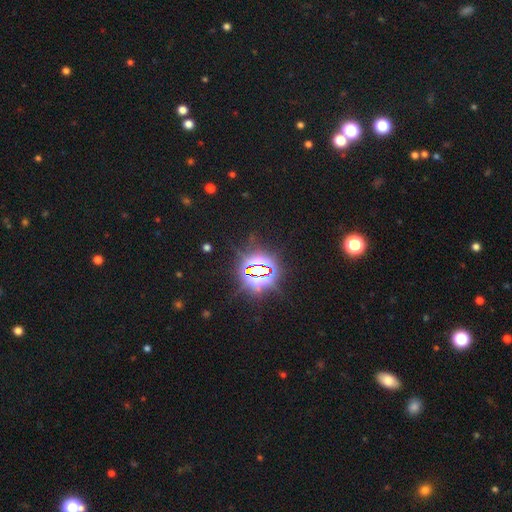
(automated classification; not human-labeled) star or artifact 82%, smooth 12%, featured or disk 6%.